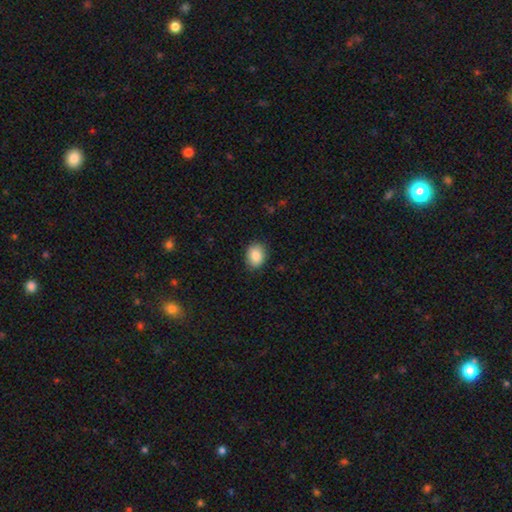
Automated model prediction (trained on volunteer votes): A smooth galaxy with no disk features (87%) that is in between round and cigar-shaped (58%).

Vote fractions:
- Smooth or featured? smooth: 87% / star or artifact: 8% / featured or disk: 5%
- How rounded? in between: 58% / round: 41% / cigar-shaped: 1%
- Merging? none: 87% / minor disturbance: 10% / major disturbance: 2% / merger: 1%